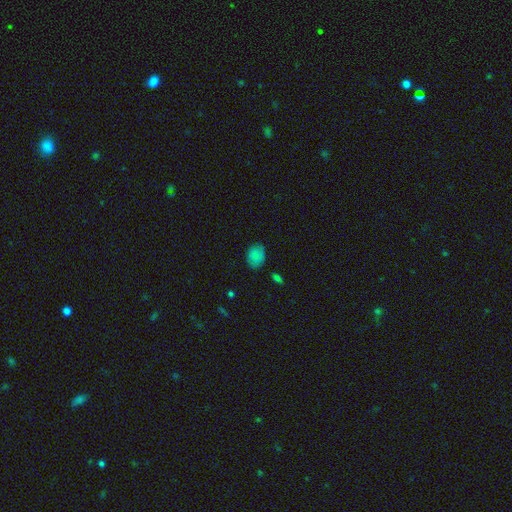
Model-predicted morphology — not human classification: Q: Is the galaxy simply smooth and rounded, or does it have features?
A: smooth — 82%.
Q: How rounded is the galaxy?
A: in between — 67%.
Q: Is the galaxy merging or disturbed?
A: none — 74%.